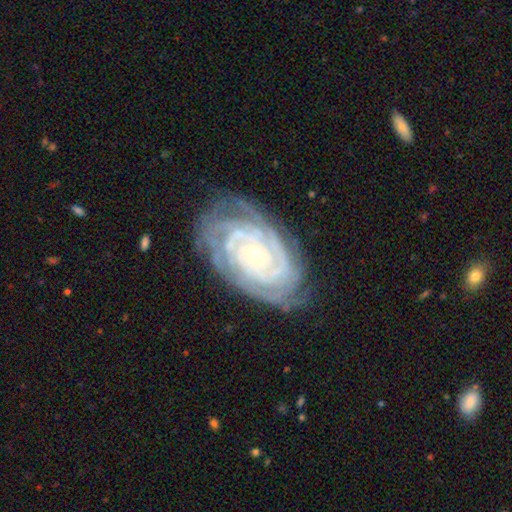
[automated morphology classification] A featured or disk galaxy (90%) with no bar (77%), 4 (25%) tight (85%) spiral arms (98%) and a small central bulge (79%).

Vote fractions:
- Smooth or featured? featured or disk: 90% / star or artifact: 5% / smooth: 5%
- Edge-on disk? no: 96% / yes: 4%
- Bar? no: 77% / weak: 15% / strong: 8%
- Spiral arms? yes: 98% / no: 2%
- Spiral winding? tight: 85% / medium: 13% / loose: 2%
- Spiral arm count? 4: 25% / can't tell: 22% / 3: 19% / more than 4: 14% / 2: 14% / 1: 7%
- Bulge size? small: 79% / moderate: 18% / large: 1% / none: 1% / dominant: 1%
- Merging? none: 77% / minor disturbance: 16% / major disturbance: 5% / merger: 1%